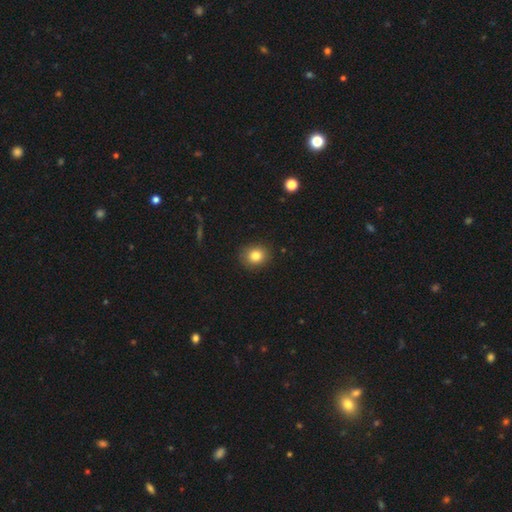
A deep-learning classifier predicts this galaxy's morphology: A smooth galaxy with no disk features (83%) that is round (72%). Merging: none (88%).